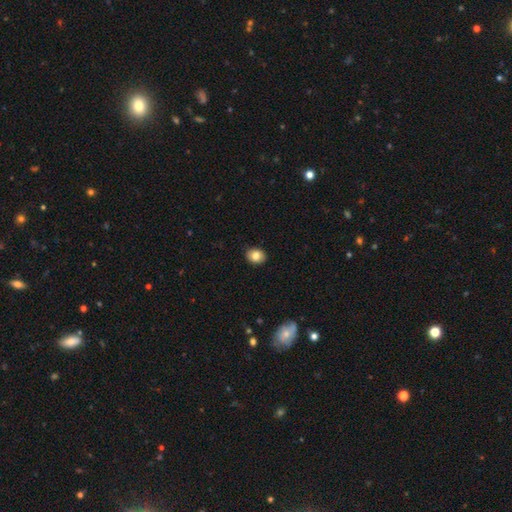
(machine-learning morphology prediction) Overall: smooth (82%). How rounded: in between (52%; round 47%). Merging: none (89%).